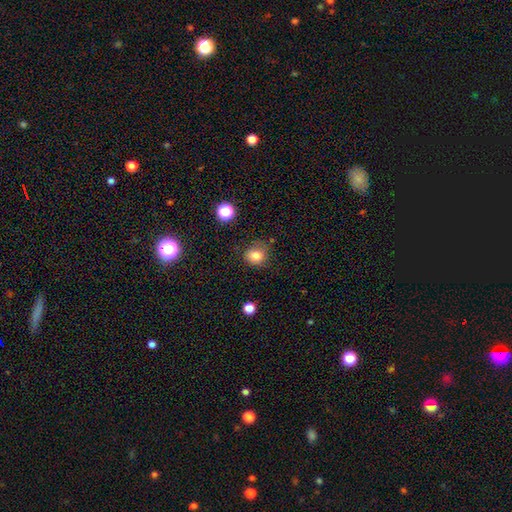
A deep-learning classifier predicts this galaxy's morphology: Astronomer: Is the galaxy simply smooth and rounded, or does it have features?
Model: smooth — 81%.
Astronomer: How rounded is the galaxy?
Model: round — 74%.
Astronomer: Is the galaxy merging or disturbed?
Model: none — 68%.